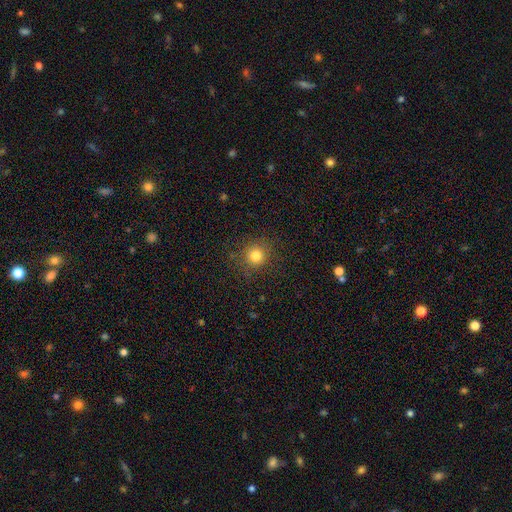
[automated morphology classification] The model was most divided on "smooth or featured": smooth: 79%, star or artifact: 14%, featured or disk: 6%. More confident: how rounded — round (92%); merging — none (88%).